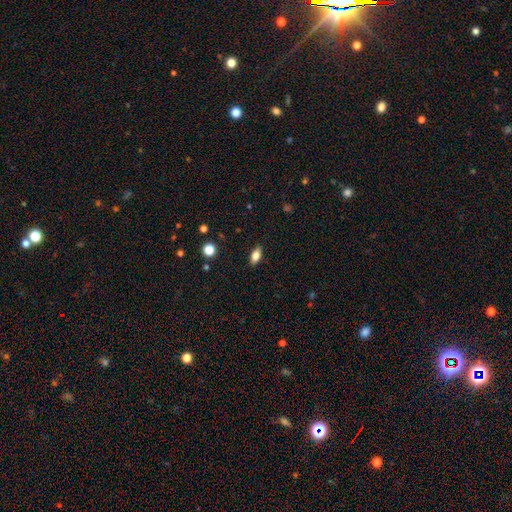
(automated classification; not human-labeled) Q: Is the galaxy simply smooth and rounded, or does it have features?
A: smooth — 77%.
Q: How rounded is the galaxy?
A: in between — 85%.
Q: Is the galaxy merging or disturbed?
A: none — 88%.